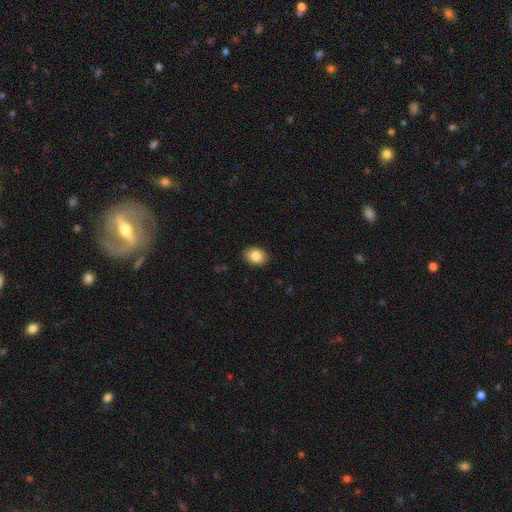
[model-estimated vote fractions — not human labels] Smooth or featured: smooth — 85% (star or artifact — 8%)
How rounded: in between — 68% (round — 31%)
Merging: none — 90% (minor disturbance — 7%)